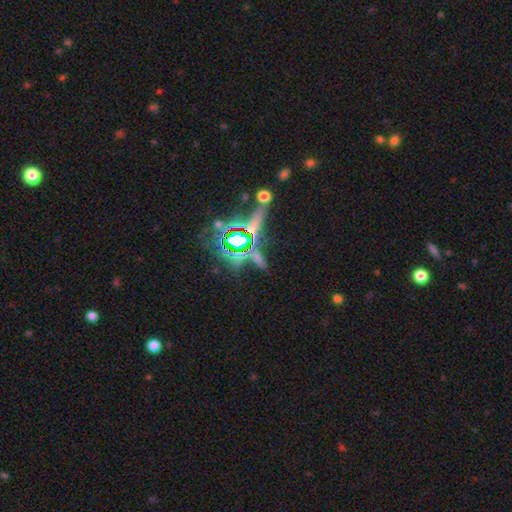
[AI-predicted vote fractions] Smooth or featured?
  - star or artifact: 65% *
  - featured or disk: 18%
  - smooth: 16%